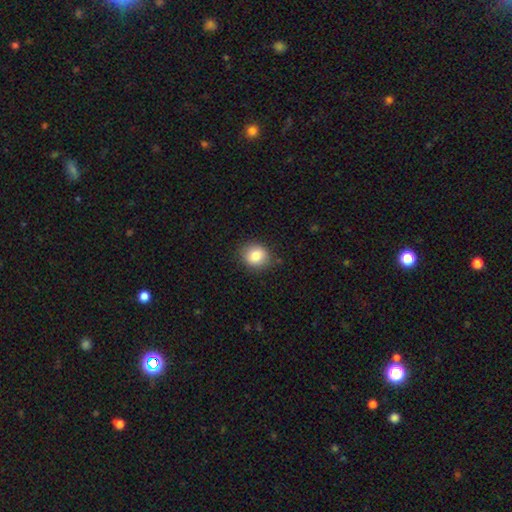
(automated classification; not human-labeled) Smooth or featured? Predicted: smooth (p=0.84). How rounded? Predicted: round (p=0.74). Merging? Predicted: none (p=0.84).